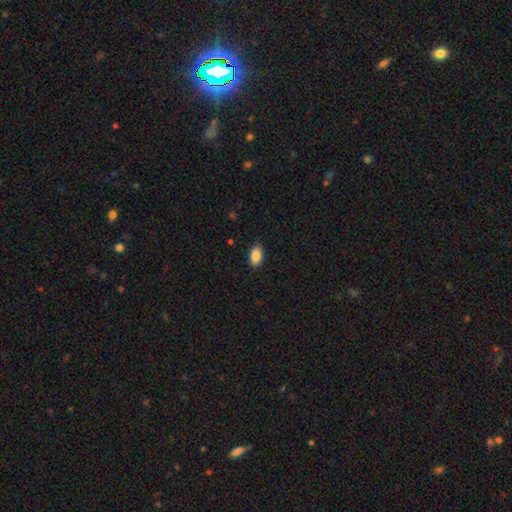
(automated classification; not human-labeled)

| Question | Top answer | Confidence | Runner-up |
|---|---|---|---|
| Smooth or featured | smooth | 88% | star or artifact (7%) |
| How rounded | in between | 92% | round (6%) |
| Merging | none | 89% | minor disturbance (8%) |